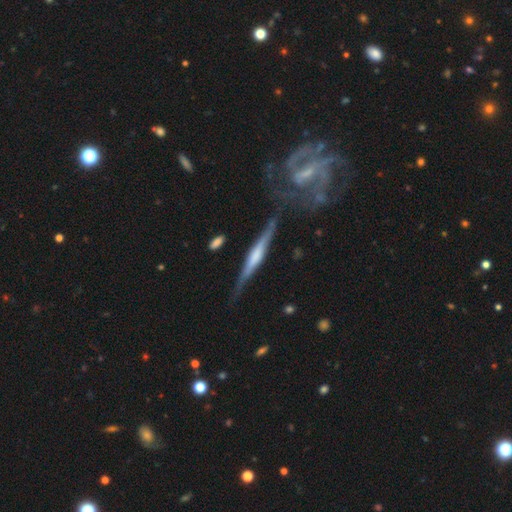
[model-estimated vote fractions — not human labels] A featured or disk galaxy (71%) viewed edge-on (94%) with a rounded central bulge (40%). Merging: none (70%).